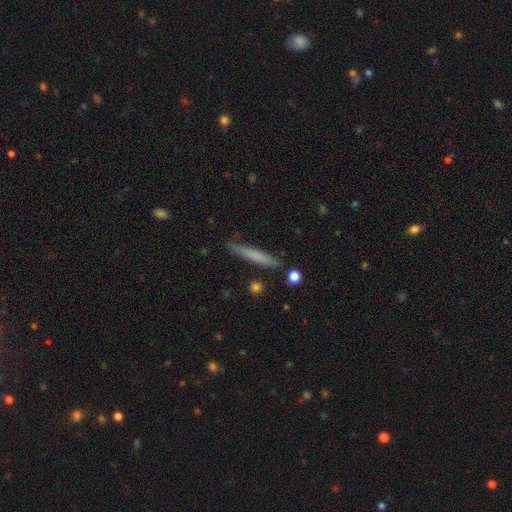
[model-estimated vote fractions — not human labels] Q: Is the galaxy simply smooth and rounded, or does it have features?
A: smooth — 67%.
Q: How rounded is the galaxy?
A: cigar-shaped — 95%.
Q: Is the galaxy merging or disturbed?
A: none — 85%.